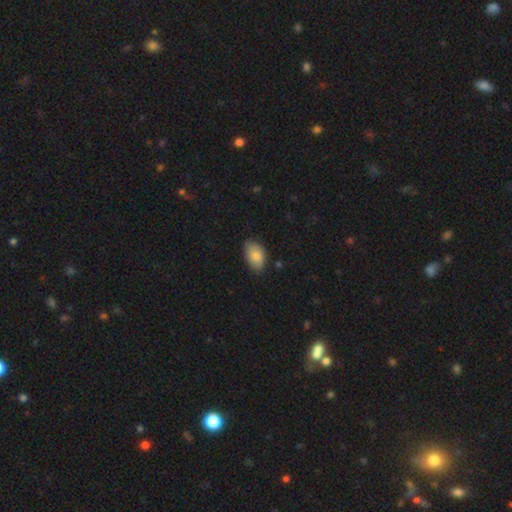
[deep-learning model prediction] This appears to be a smooth galaxy with no disk features (83%) that is in between round and cigar-shaped (90%). Merging: none (73%).